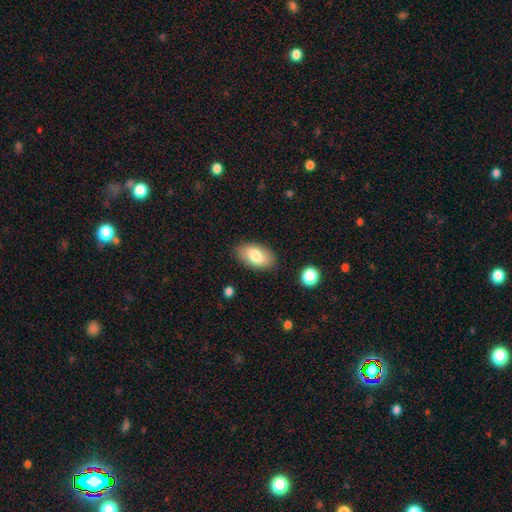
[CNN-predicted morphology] A smooth galaxy with no disk features (79%) that is in between round and cigar-shaped (93%).

Vote fractions:
- Smooth or featured? smooth: 79% / featured or disk: 14% / star or artifact: 7%
- How rounded? in between: 93% / round: 4% / cigar-shaped: 2%
- Merging? none: 85% / minor disturbance: 11% / major disturbance: 3% / merger: 2%